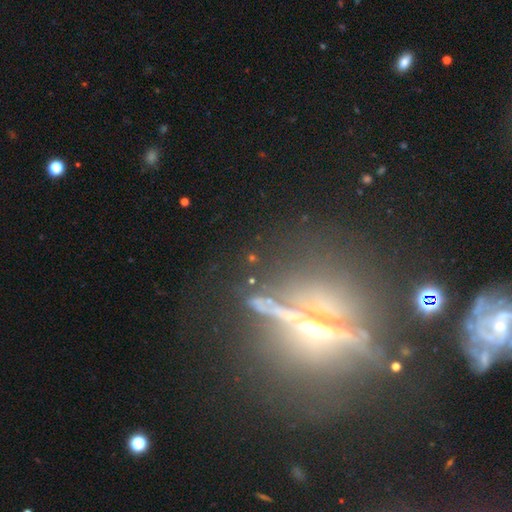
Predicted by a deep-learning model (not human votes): Morphology: type=featured or disk (55%); edge-on=yes (86%); merging=none (79%).